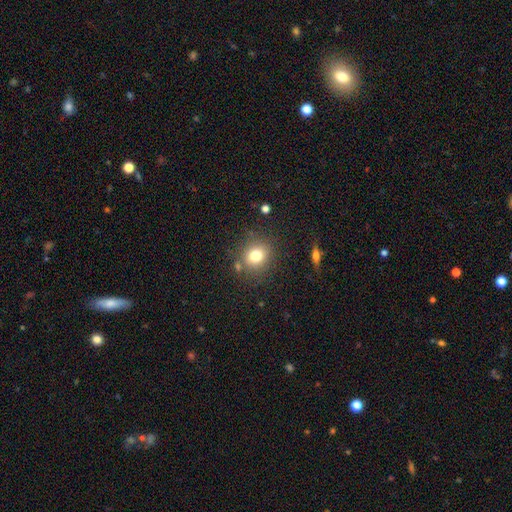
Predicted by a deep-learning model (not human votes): This appears to be a smooth galaxy with no disk features (78%) that is round (73%). Merging: none (79%).